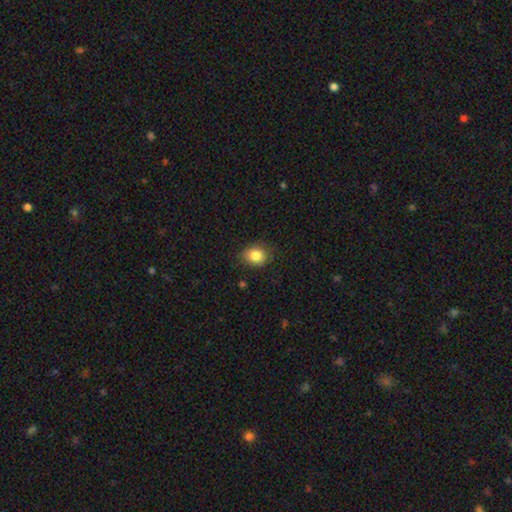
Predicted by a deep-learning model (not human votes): Smooth or featured?
  - smooth: 85% *
  - star or artifact: 9%
  - featured or disk: 6%
How rounded?
  - round: 60% *
  - in between: 39%
  - cigar-shaped: 1%
Merging?
  - none: 79% *
  - minor disturbance: 17%
  - major disturbance: 4%
  - merger: 1%